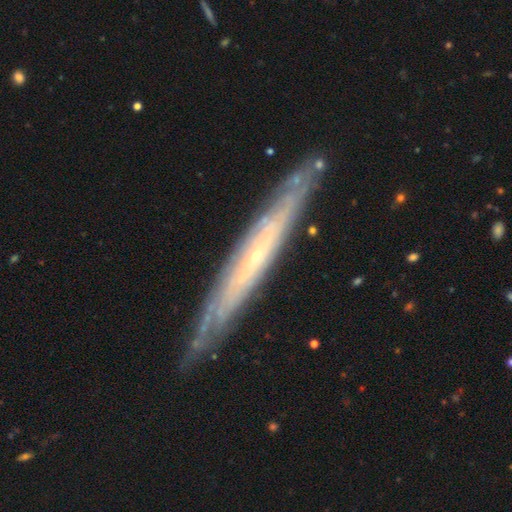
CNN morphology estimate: The model was most divided on "edge-on bulge": none: 56%, rounded: 42%, boxy: 2%. More confident: merging — none (83%); smooth or featured — featured or disk (79%); edge-on disk — yes (70%).